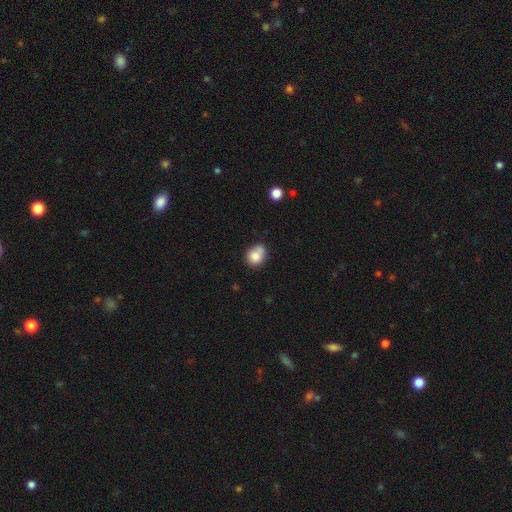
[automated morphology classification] A smooth galaxy with no disk features (80%) that is round (67%).

Vote fractions:
- Smooth or featured? smooth: 80% / featured or disk: 11% / star or artifact: 10%
- How rounded? round: 67% / in between: 32% / cigar-shaped: 1%
- Merging? none: 49% / merger: 25% / minor disturbance: 21% / major disturbance: 6%